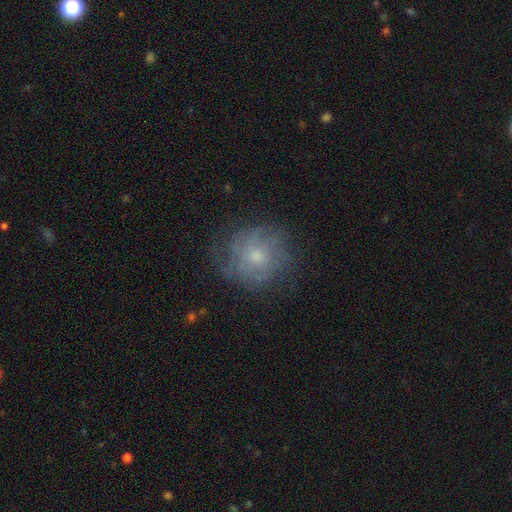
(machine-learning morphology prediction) A smooth galaxy with no disk features (45%). Merging: none (69%).